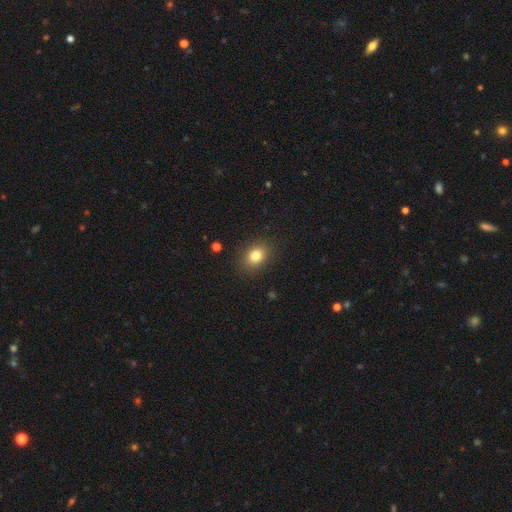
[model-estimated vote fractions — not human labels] This is clearly a smooth galaxy (81%). How rounded: likely in between (60%). Merging: clearly none (87%).